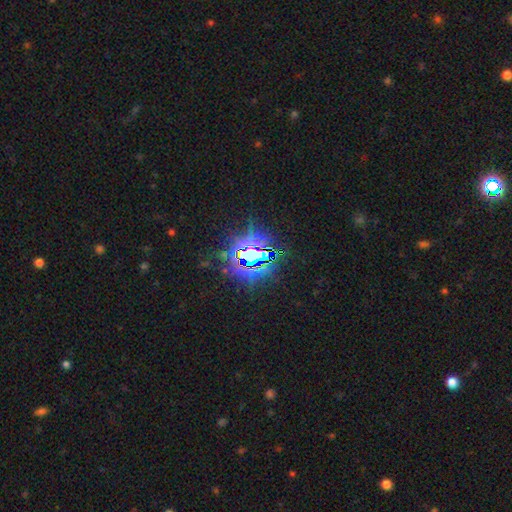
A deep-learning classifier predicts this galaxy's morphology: A star or artifact, not a galaxy (83%).